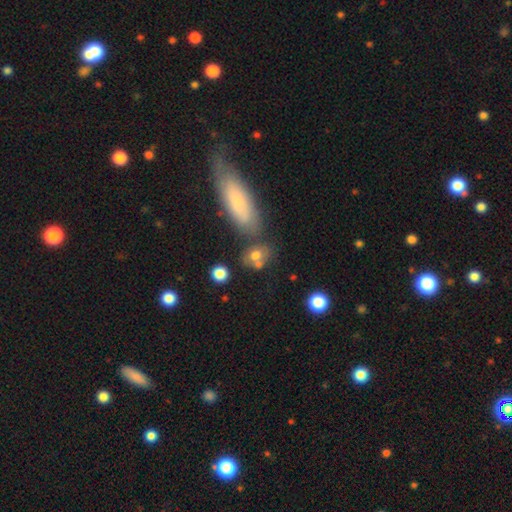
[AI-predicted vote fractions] Overall: smooth (70%). How rounded: in between (58%; round 39%). Merging: none (48%; merger 29%).